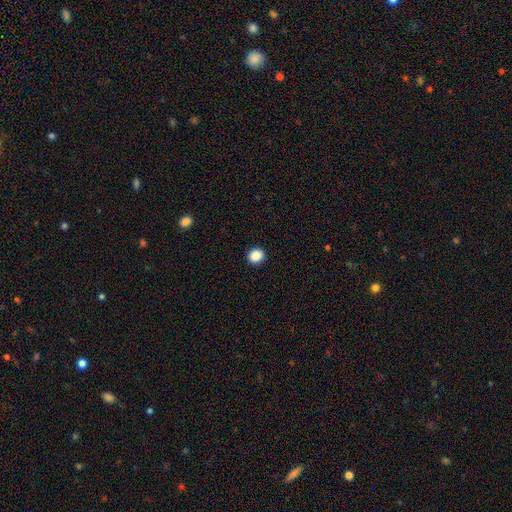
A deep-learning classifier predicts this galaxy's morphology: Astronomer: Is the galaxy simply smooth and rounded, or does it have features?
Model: smooth — 88%.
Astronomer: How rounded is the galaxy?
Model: round — 85%.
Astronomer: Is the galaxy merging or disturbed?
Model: none — 93%.